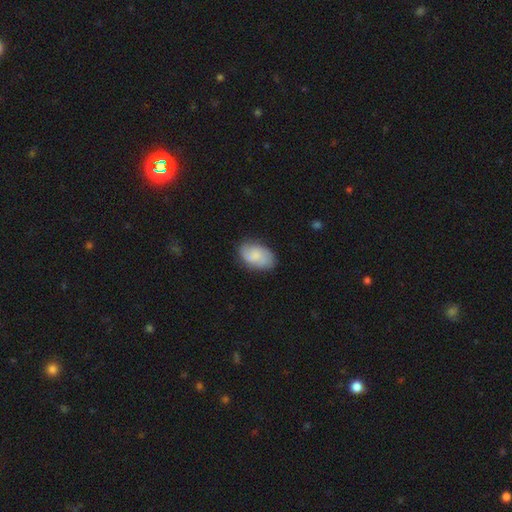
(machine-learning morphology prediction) Overall: smooth (48%; featured or disk 45%). Merging: none (75%).